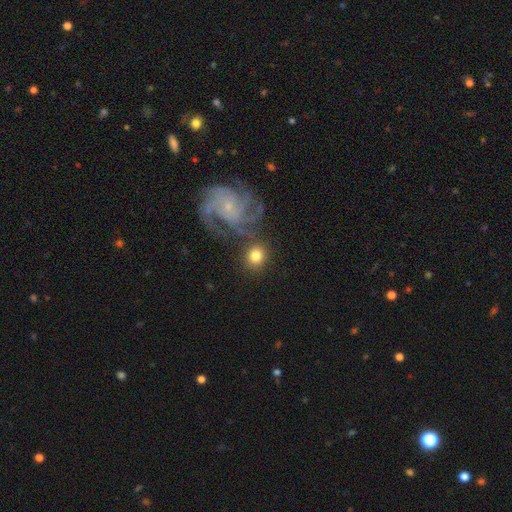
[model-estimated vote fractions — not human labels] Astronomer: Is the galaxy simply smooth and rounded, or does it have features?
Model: smooth — 71%.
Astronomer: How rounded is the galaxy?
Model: round — 83%.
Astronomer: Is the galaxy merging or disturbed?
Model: none — 77%.